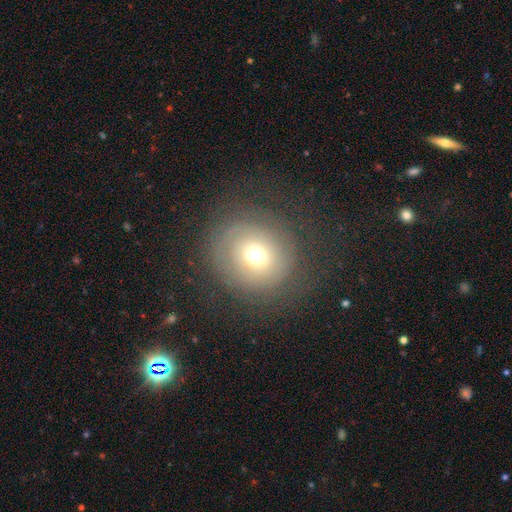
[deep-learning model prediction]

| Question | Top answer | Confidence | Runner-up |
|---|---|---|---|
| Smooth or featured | smooth | 55% | featured or disk (30%) |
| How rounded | round | 89% | in between (10%) |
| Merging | none | 73% | minor disturbance (14%) |